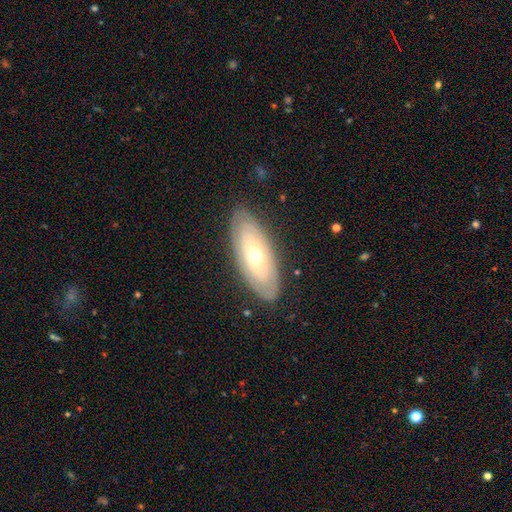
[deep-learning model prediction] Q: Smooth or featured?
A: featured or disk (55%); runner-up: smooth (39%)
Q: Edge-on disk?
A: no (79%); runner-up: yes (21%)
Q: Merging?
A: none (85%); runner-up: minor disturbance (11%)